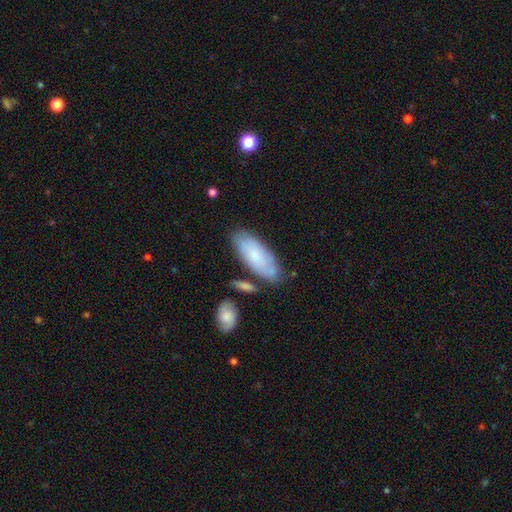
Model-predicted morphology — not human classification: The model was most divided on "smooth or featured": smooth: 70%, featured or disk: 24%, star or artifact: 6%. More confident: how rounded — in between (84%); merging — none (70%).